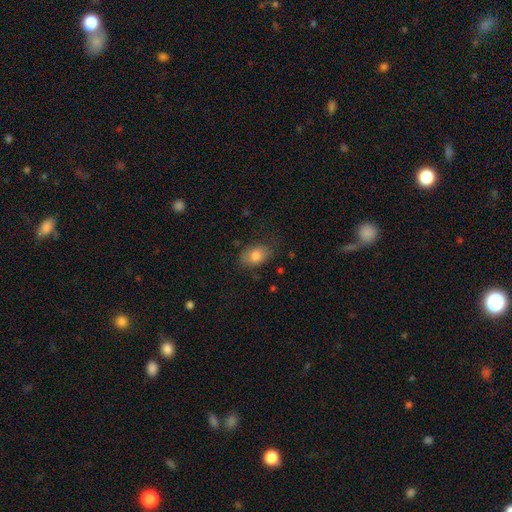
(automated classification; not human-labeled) A smooth galaxy with no disk features (80%) that is in between round and cigar-shaped (82%).

Vote fractions:
- Smooth or featured? smooth: 80% / featured or disk: 12% / star or artifact: 8%
- How rounded? in between: 82% / round: 17% / cigar-shaped: 1%
- Merging? none: 72% / minor disturbance: 21% / major disturbance: 6% / merger: 1%